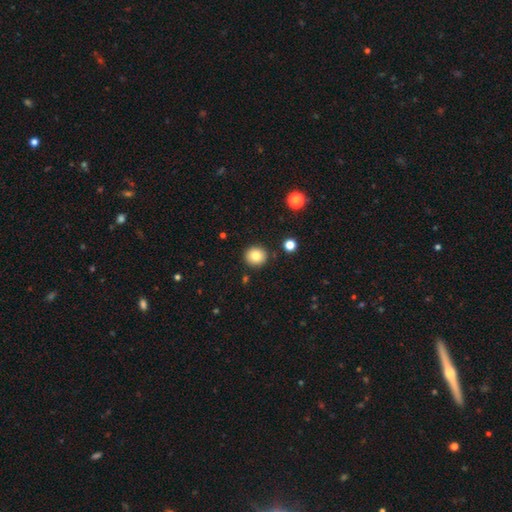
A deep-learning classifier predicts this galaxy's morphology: A smooth galaxy with no disk features (82%) that is round (89%). Merging: none (90%).